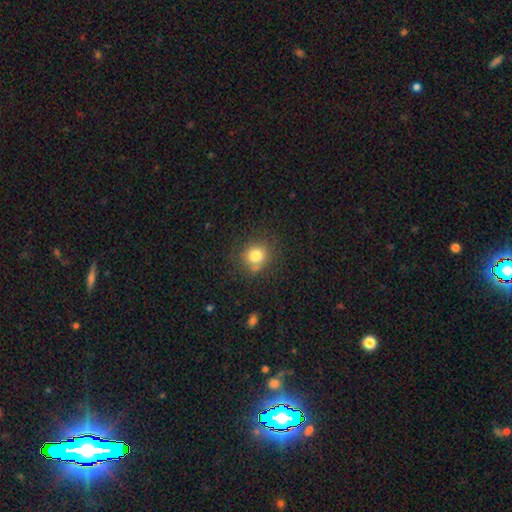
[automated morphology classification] type=smooth (79%); roundness=round (86%); merging=none (75%).